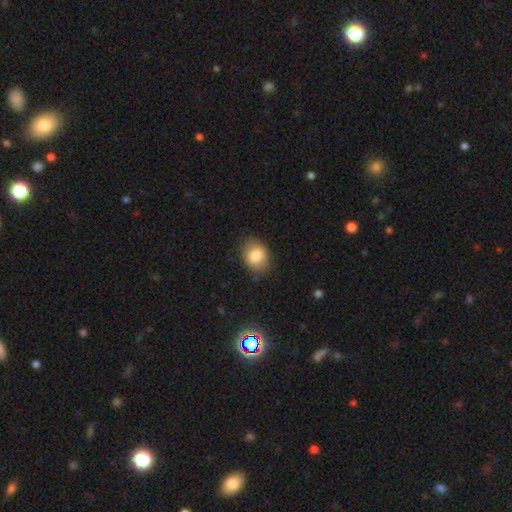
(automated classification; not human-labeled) The model was most divided on "how rounded": in between: 58%, round: 41%, cigar-shaped: 1%. More confident: smooth or featured — smooth (82%); merging — none (79%).